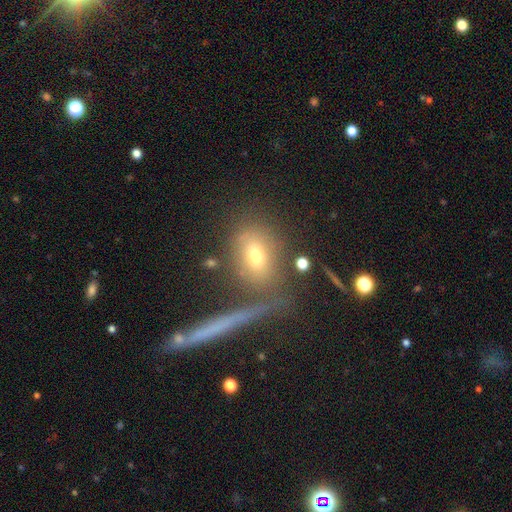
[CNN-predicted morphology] Smooth or featured?
  - smooth: 65% *
  - featured or disk: 20%
  - star or artifact: 15%
How rounded?
  - in between: 62% *
  - round: 30%
  - cigar-shaped: 7%
Merging?
  - none: 64% *
  - minor disturbance: 14%
  - merger: 12%
  - major disturbance: 10%